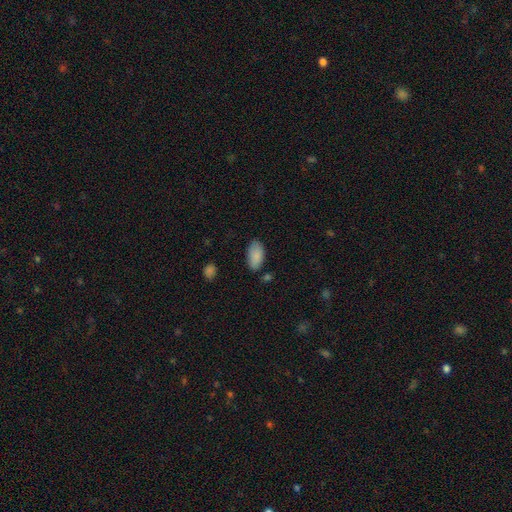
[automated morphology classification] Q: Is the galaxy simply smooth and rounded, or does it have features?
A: smooth — 88%.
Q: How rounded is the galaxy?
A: in between — 94%.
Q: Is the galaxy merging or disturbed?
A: none — 79%.